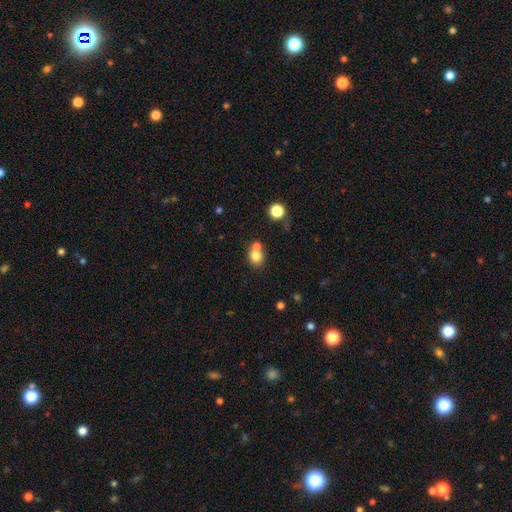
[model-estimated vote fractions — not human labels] Smooth or featured? Predicted: smooth (p=0.78). How rounded? Predicted: round (p=0.69). Merging? Predicted: none (p=0.46).